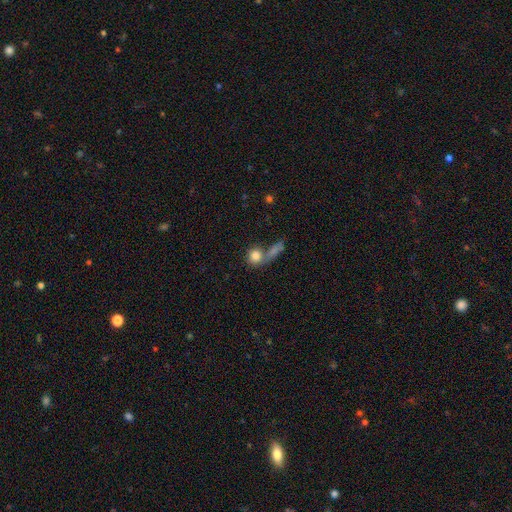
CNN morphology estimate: Smooth or featured: smooth — 80% (featured or disk — 10%)
How rounded: round — 79% (in between — 18%)
Merging: none — 42% (merger — 41%)